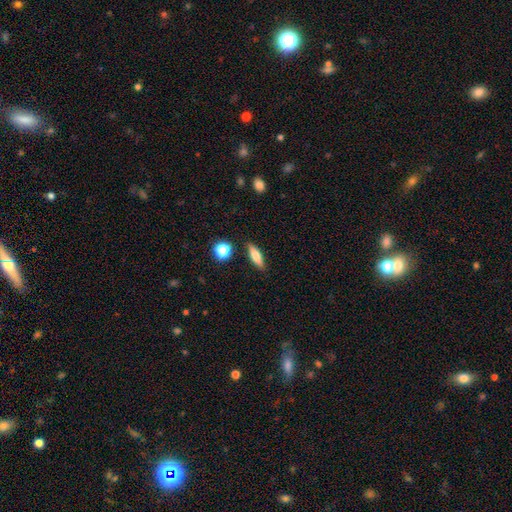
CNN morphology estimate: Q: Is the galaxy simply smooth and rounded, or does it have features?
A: smooth — 66%.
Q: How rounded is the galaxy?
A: cigar-shaped — 53%.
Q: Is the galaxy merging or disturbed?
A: none — 86%.